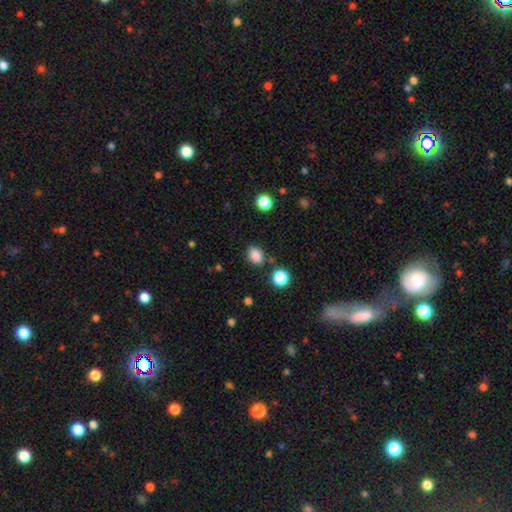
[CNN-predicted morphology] type=smooth (85%); roundness=in between (59%); merging=none (80%).